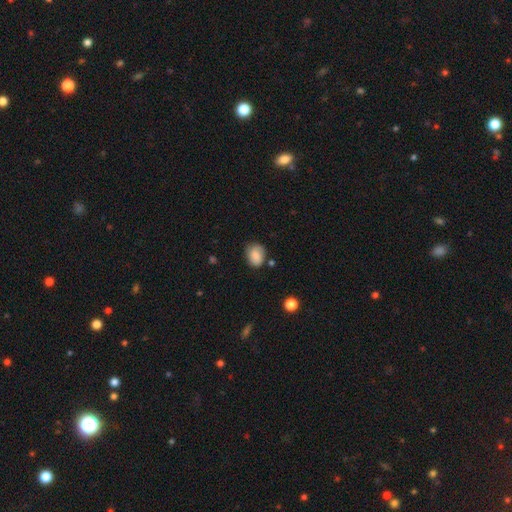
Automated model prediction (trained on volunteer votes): A smooth galaxy with no disk features (83%) that is in between round and cigar-shaped (57%). Merging: none (71%).